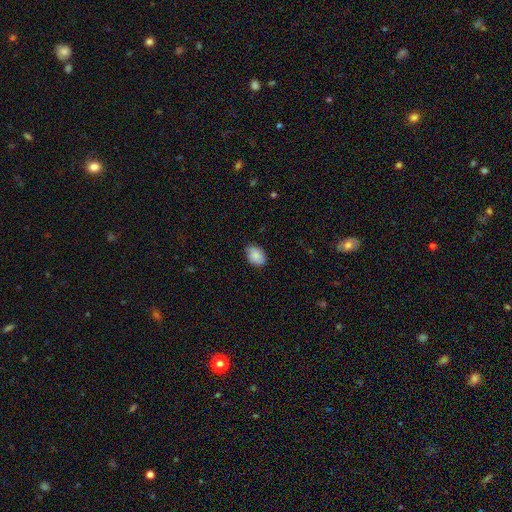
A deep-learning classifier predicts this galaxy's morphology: Smooth or featured: smooth — 86% (featured or disk — 7%)
How rounded: in between — 76% (round — 23%)
Merging: none — 79% (minor disturbance — 18%)